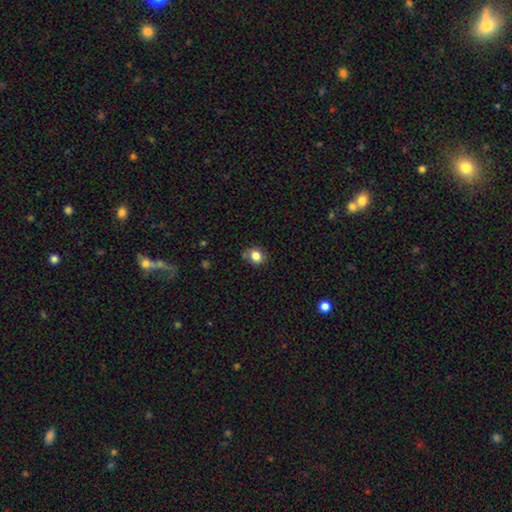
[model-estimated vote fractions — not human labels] This appears to be a smooth galaxy with no disk features (82%) that is round (65%). Merging: none (71%).